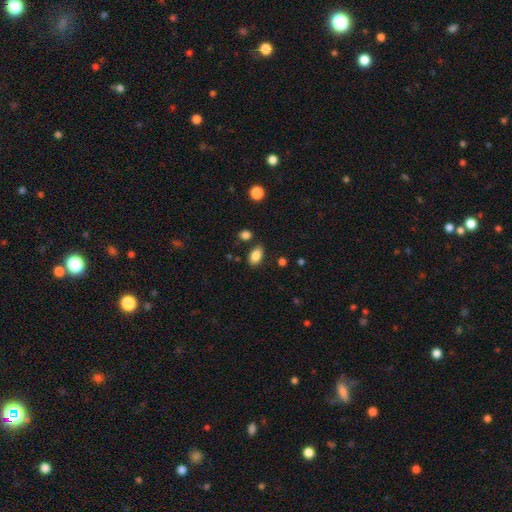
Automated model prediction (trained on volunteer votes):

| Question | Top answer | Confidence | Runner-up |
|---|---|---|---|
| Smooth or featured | smooth | 85% | star or artifact (9%) |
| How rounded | in between | 90% | round (8%) |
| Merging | none | 80% | minor disturbance (12%) |